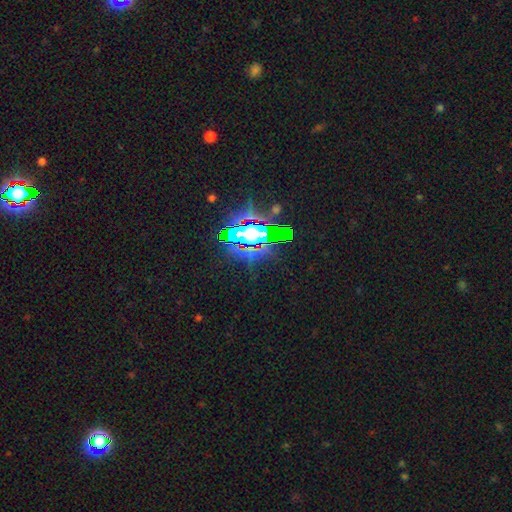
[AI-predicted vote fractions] Q: Smooth or featured?
A: star or artifact (81%); runner-up: smooth (10%)